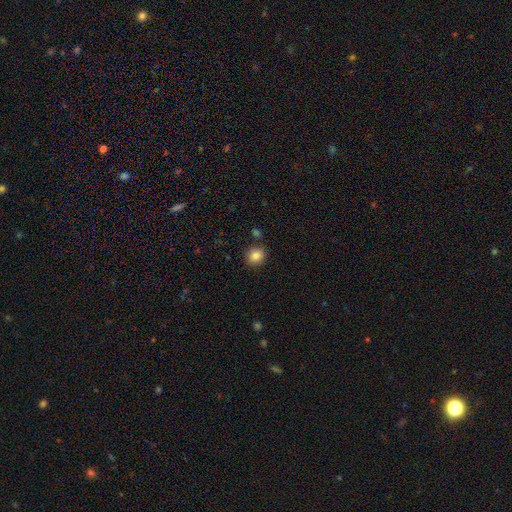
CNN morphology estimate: Smooth or featured: smooth — 84% (star or artifact — 10%)
How rounded: round — 82% (in between — 17%)
Merging: none — 86% (minor disturbance — 8%)